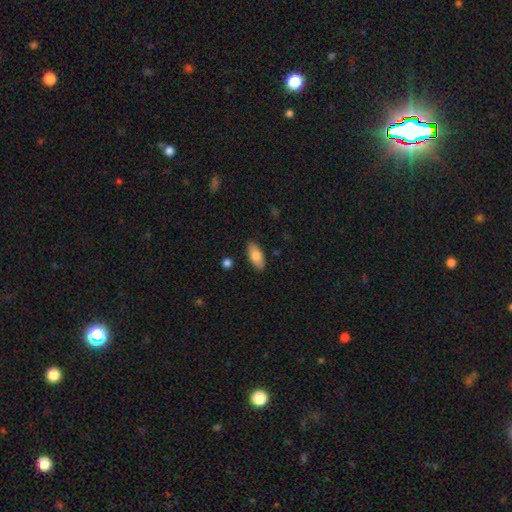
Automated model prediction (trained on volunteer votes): The model was most divided on "smooth or featured": smooth: 82%, featured or disk: 12%, star or artifact: 6%. More confident: how rounded — in between (90%); merging — none (87%).